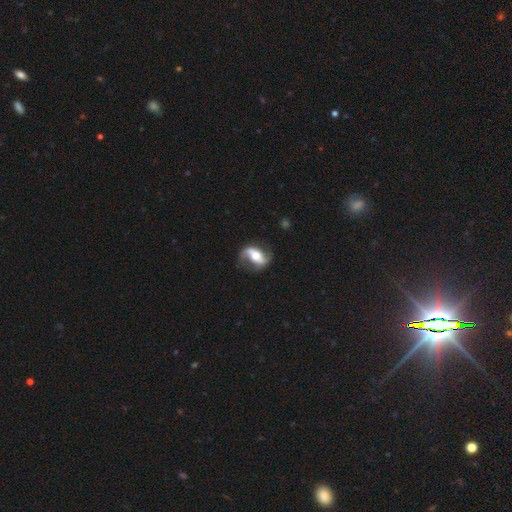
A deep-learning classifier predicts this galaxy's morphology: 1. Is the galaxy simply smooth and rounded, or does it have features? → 83% featured or disk, 12% smooth, 5% star or artifact.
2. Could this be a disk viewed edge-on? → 94% no, 6% yes.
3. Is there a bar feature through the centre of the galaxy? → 47% strong, 27% no, 26% weak.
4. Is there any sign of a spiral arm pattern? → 92% yes, 8% no.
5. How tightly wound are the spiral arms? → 58% loose, 31% medium, 11% tight.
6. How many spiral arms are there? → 91% 2, 3% 1, 3% can't tell, 1% 3, 1% 4, 1% more than 4.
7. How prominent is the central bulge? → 66% moderate, 17% small, 13% large, 2% dominant, 1% none.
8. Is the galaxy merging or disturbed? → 75% none, 15% minor disturbance, 8% major disturbance, 2% merger.